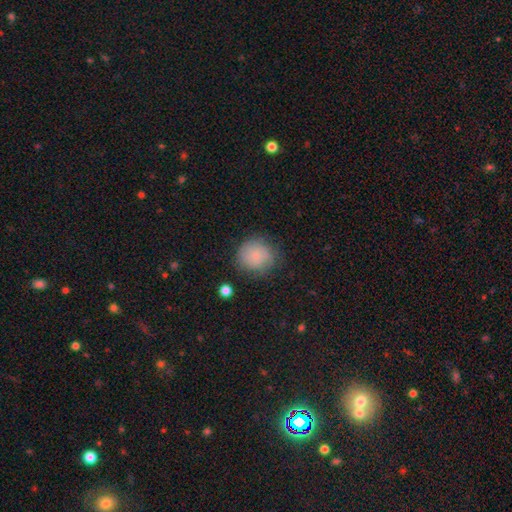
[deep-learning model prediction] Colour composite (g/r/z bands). It shows a smooth galaxy with no disk features (74%) that is round (87%). Merging: none (74%).